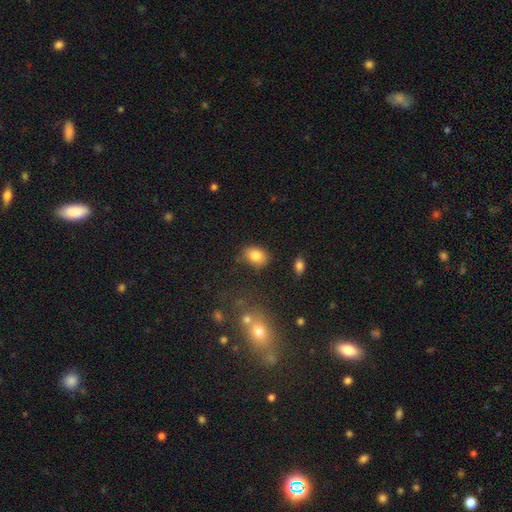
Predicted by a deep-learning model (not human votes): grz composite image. It shows a smooth galaxy with no disk features (83%) that is in between round and cigar-shaped (74%). Merging: none (80%).